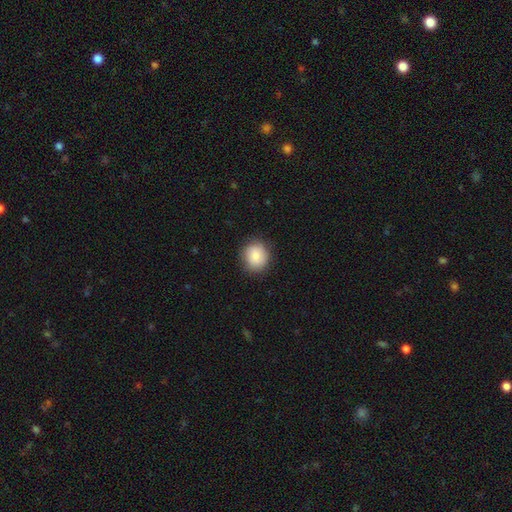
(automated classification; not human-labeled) The model was most divided on "how rounded": round: 81%, in between: 18%, cigar-shaped: 1%. More confident: smooth or featured — smooth (85%); merging — none (84%).